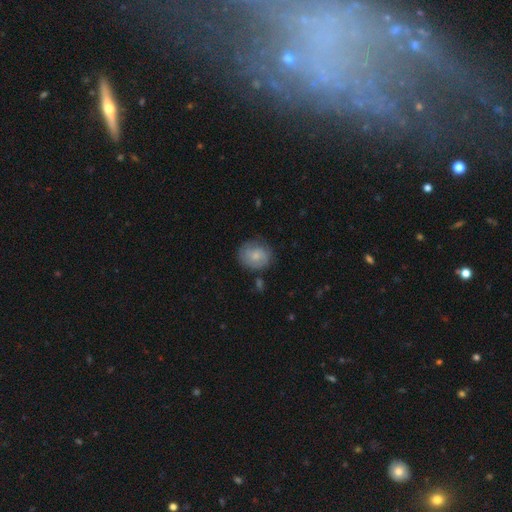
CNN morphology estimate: smooth_or_featured: smooth (p=0.60) [alt: featured or disk p=0.33]
how_rounded: round (p=0.76) [alt: in between p=0.23]
merging: none (p=0.72) [alt: minor disturbance p=0.19]